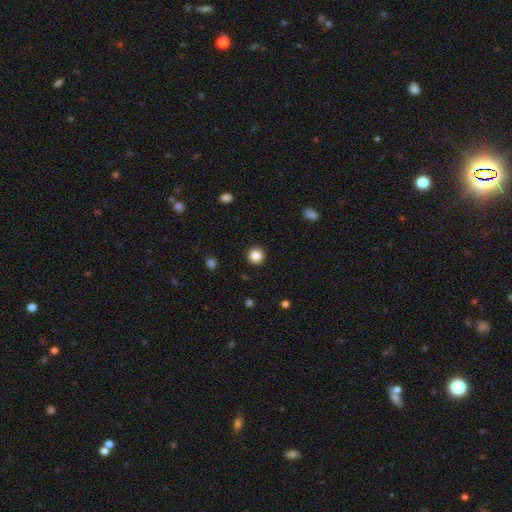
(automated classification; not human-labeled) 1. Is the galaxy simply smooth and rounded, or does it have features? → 86% smooth, 11% star or artifact, 4% featured or disk.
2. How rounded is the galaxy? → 95% round, 4% in between, 1% cigar-shaped.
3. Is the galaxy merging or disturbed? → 93% none, 4% minor disturbance, 2% major disturbance, 1% merger.